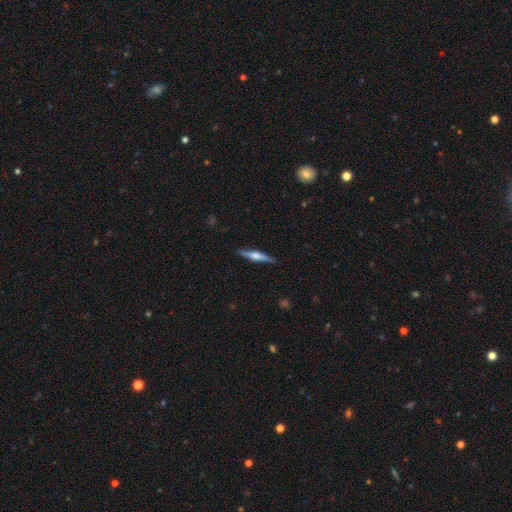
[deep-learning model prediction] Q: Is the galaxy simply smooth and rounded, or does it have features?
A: featured or disk — 65%.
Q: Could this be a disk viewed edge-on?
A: yes — 98%.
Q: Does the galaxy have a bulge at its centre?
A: rounded — 87%.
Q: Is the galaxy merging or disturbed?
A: none — 90%.